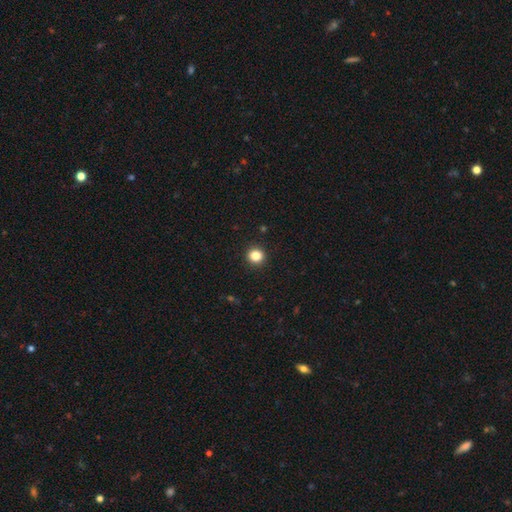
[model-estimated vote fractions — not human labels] Smooth or featured? smooth (84%)
How rounded? round (91%)
Merging? none (93%)